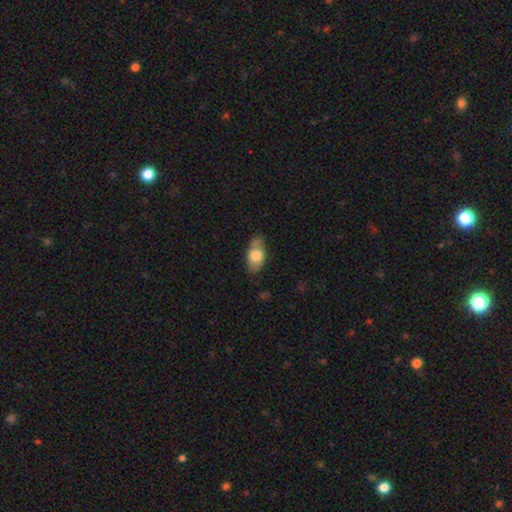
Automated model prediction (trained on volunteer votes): Morphology: type=smooth (72%); roundness=in between (90%); merging=none (65%).